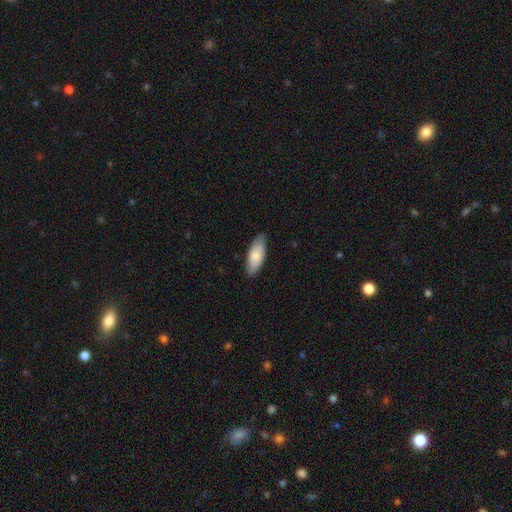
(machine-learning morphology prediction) Overall: smooth (80%). How rounded: in between (81%). Merging: none (81%).